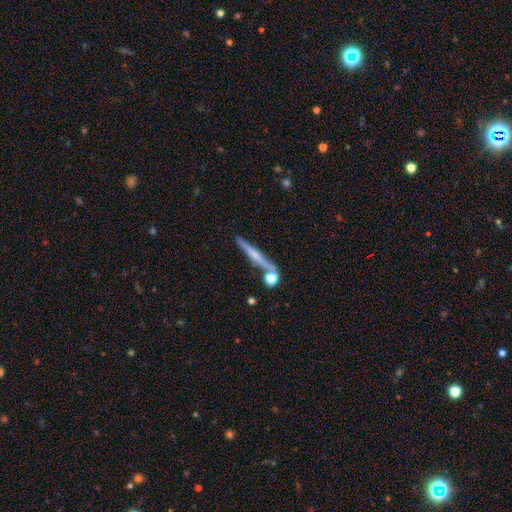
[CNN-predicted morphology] Smooth or featured?
  - featured or disk: 54% *
  - smooth: 38%
  - star or artifact: 8%
Edge-on disk?
  - yes: 95% *
  - no: 5%
Edge-on bulge?
  - rounded: 53% *
  - none: 36%
  - boxy: 11%
Merging?
  - none: 76% *
  - minor disturbance: 11%
  - merger: 10%
  - major disturbance: 3%